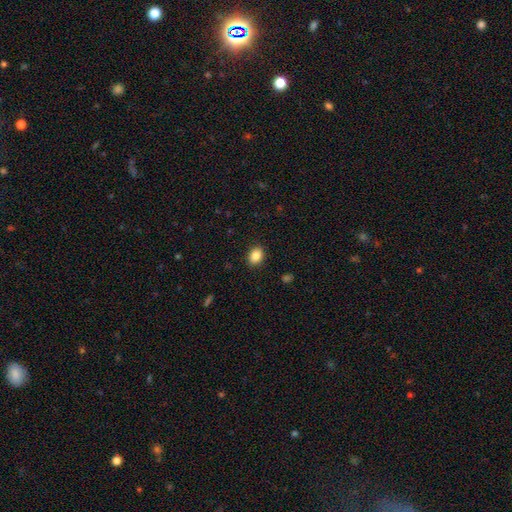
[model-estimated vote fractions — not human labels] smooth_or_featured: smooth (p=0.87) [alt: star or artifact p=0.09]
how_rounded: in between (p=0.64) [alt: round p=0.35]
merging: none (p=0.90) [alt: minor disturbance p=0.07]